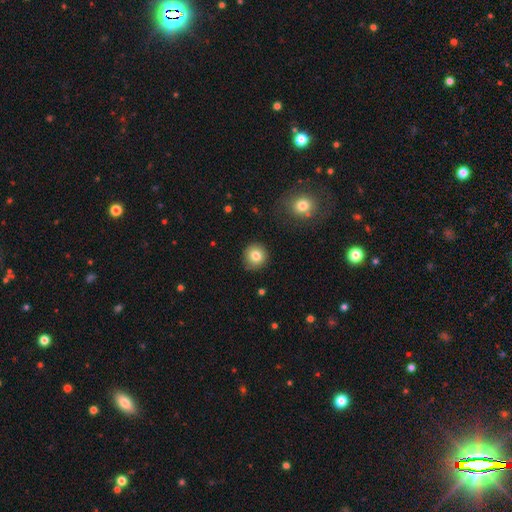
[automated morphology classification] Q: Smooth or featured?
A: smooth (81%); runner-up: star or artifact (10%)
Q: How rounded?
A: round (93%); runner-up: in between (6%)
Q: Merging?
A: none (89%); runner-up: minor disturbance (8%)